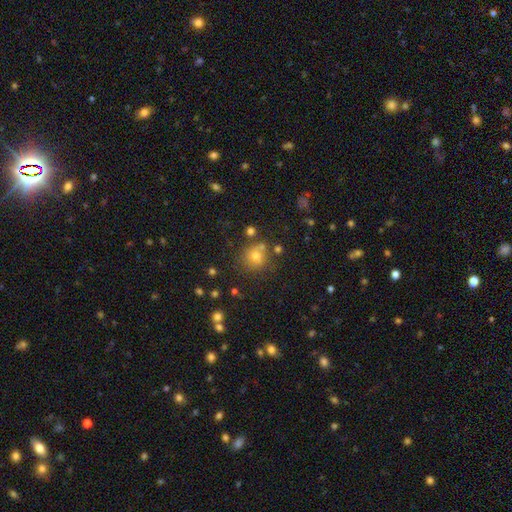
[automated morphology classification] Smooth or featured: smooth — 68% (star or artifact — 22%)
How rounded: round — 87% (in between — 12%)
Merging: none — 74% (merger — 11%)